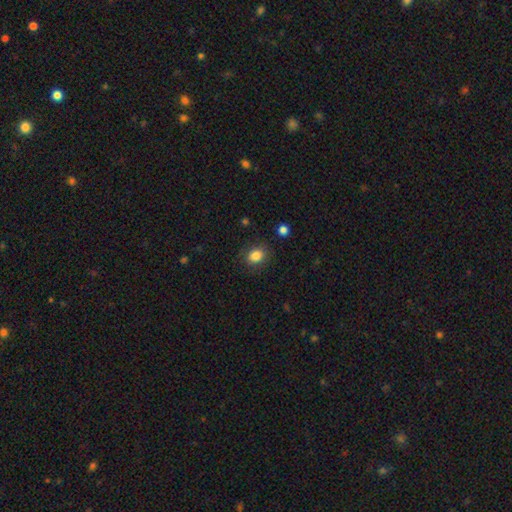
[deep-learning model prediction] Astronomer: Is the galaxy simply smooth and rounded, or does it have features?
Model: smooth — 85%.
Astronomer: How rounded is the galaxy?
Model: round — 53% (runner-up: in between, 46%).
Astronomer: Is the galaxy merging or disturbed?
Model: none — 84%.